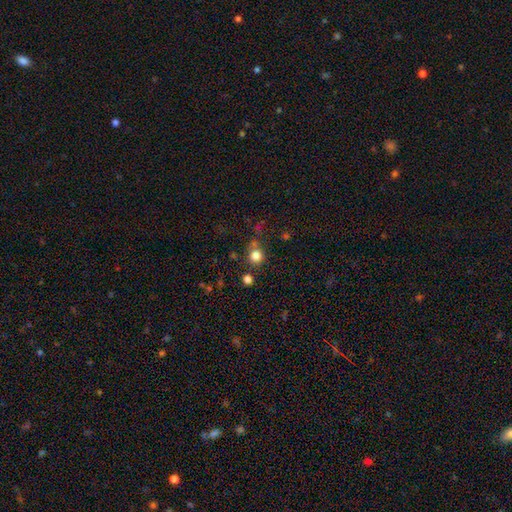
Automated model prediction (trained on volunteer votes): Q: Smooth or featured?
A: smooth (81%); runner-up: star or artifact (13%)
Q: How rounded?
A: round (90%); runner-up: in between (9%)
Q: Merging?
A: none (67%); runner-up: merger (14%)